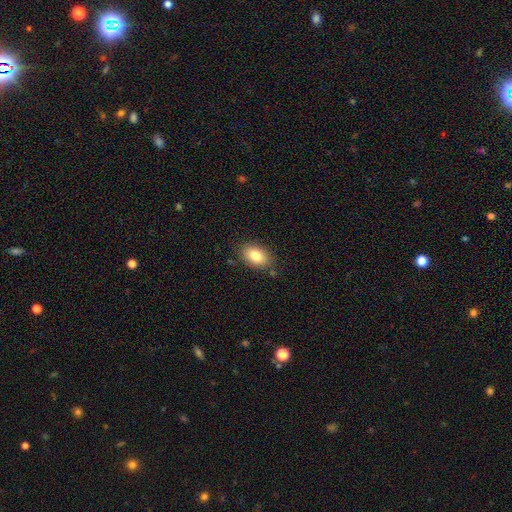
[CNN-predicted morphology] Smooth or featured?
  - smooth: 82% *
  - featured or disk: 10%
  - star or artifact: 8%
How rounded?
  - in between: 87% *
  - round: 11%
  - cigar-shaped: 1%
Merging?
  - none: 82% *
  - minor disturbance: 13%
  - major disturbance: 3%
  - merger: 2%